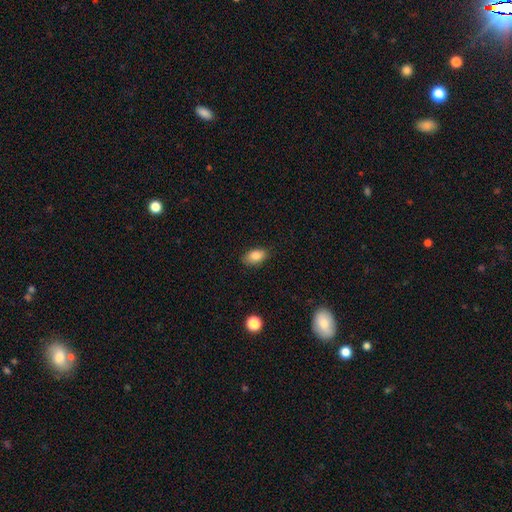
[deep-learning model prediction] smooth_or_featured: smooth (p=0.86) [alt: star or artifact p=0.08]
how_rounded: in between (p=0.90) [alt: round p=0.08]
merging: none (p=0.84) [alt: minor disturbance p=0.12]